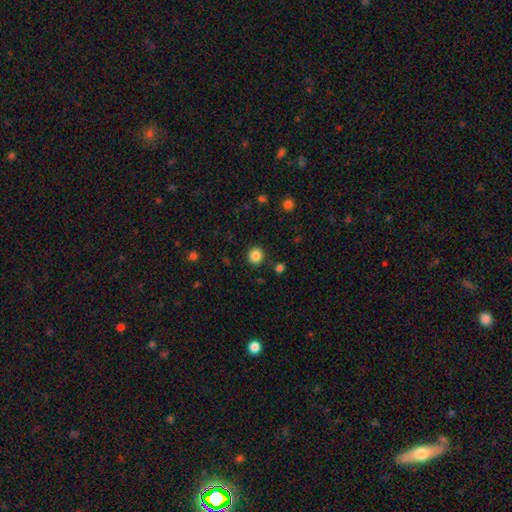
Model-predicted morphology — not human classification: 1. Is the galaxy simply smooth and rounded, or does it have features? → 86% smooth, 11% star or artifact, 3% featured or disk.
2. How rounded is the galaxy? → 87% round, 13% in between, 1% cigar-shaped.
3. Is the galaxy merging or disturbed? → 89% none, 6% minor disturbance, 2% major disturbance, 2% merger.